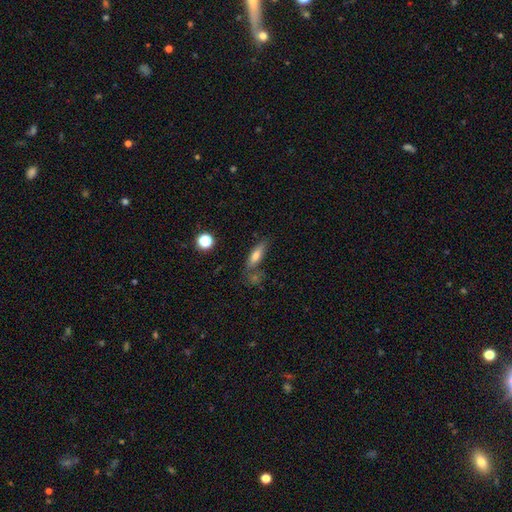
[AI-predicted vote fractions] Morphology: type=smooth (70%); roundness=cigar-shaped (48%, tied with in between); merging=none (62%).